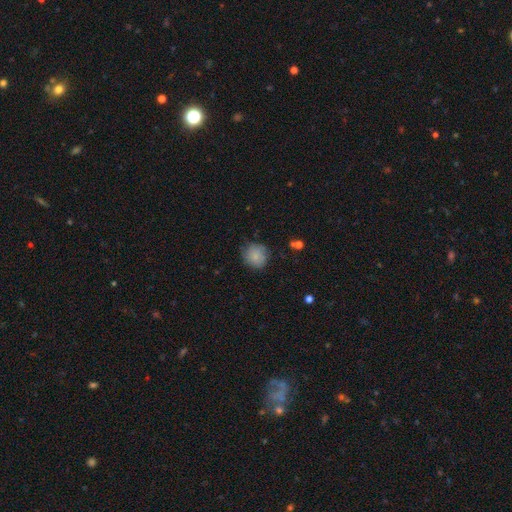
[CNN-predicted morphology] Smooth or featured? smooth (83%)
How rounded? round (87%)
Merging? none (77%)